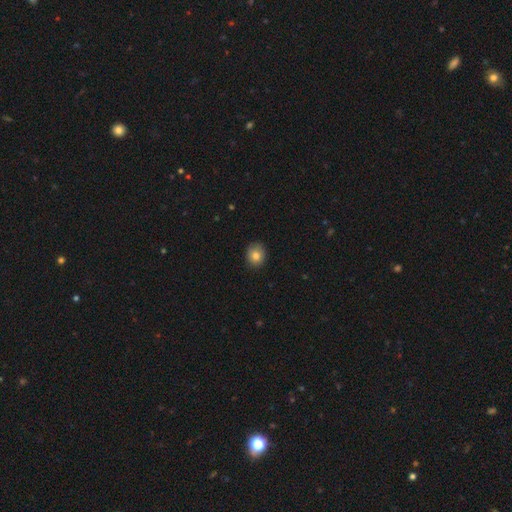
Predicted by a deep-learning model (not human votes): smooth 82%, star or artifact 10%, featured or disk 8%. Down the decision tree: how rounded — round (73%); merging — none (87%).